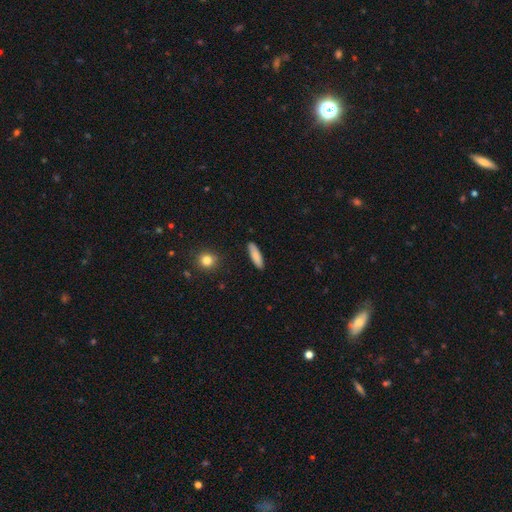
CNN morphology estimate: A smooth galaxy with no disk features (85%) that is cigar-shaped (63%). Merging: none (87%).